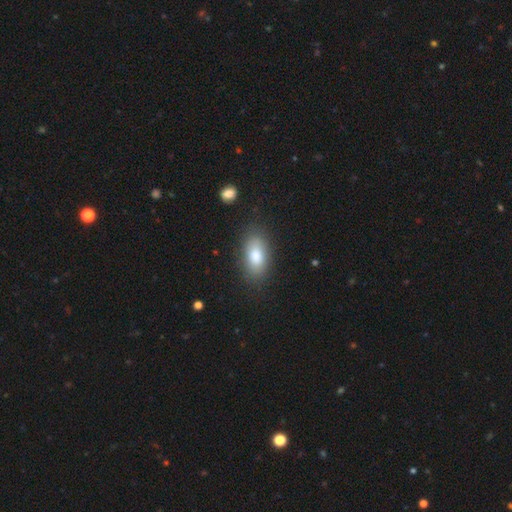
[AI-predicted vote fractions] smooth-or-featured: smooth: 82% | featured or disk: 11% | star or artifact: 7%
  how-rounded: in between: 90% | round: 5% | cigar-shaped: 5%
  merging: none: 81% | minor disturbance: 13% | major disturbance: 4% | merger: 2%